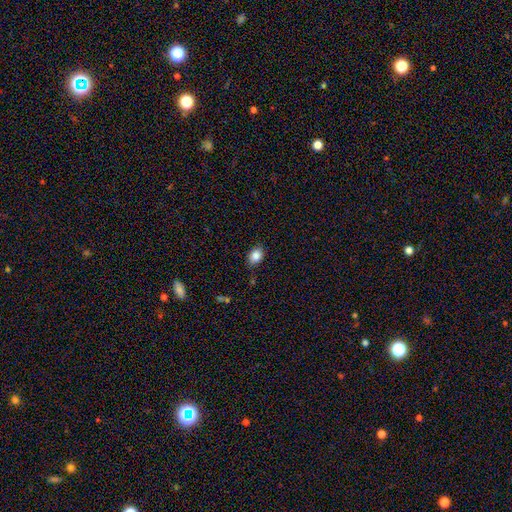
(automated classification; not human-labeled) Smooth or featured? Predicted: smooth (p=0.86). How rounded? Predicted: in between (p=0.63). Merging? Predicted: none (p=0.78).